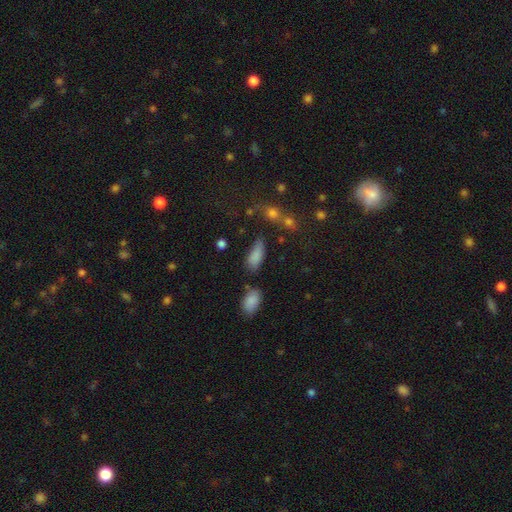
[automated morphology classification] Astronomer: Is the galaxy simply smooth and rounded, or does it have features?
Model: smooth — 83%.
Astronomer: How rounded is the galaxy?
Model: in between — 78%.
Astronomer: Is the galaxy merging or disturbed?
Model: none — 57%.